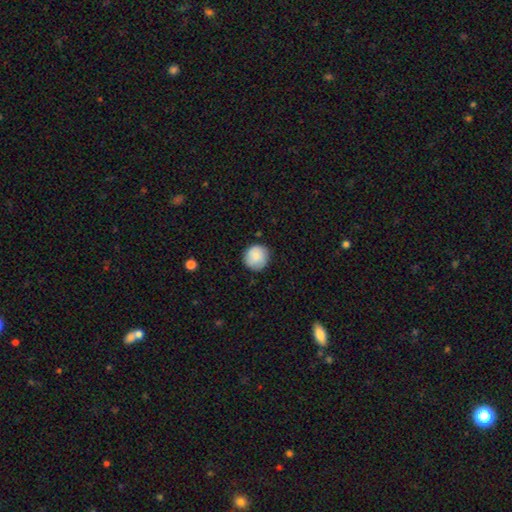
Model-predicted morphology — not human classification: A smooth galaxy with no disk features (85%) that is round (91%). Merging: none (84%).